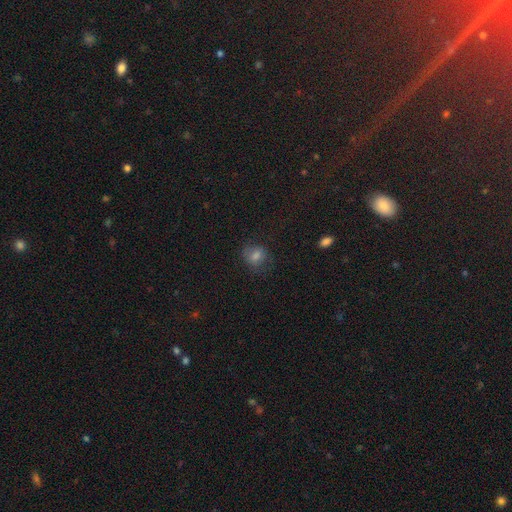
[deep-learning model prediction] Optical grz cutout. It shows a smooth galaxy with no disk features (76%) that is round (61%). Merging: none (69%).